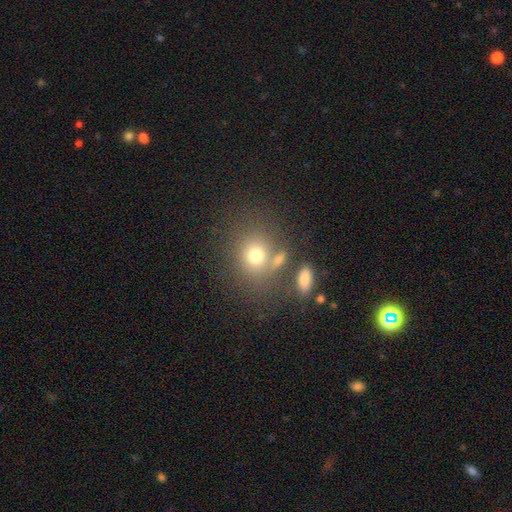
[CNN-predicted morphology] type=smooth (73%); roundness=round (72%); merging=none (61%).